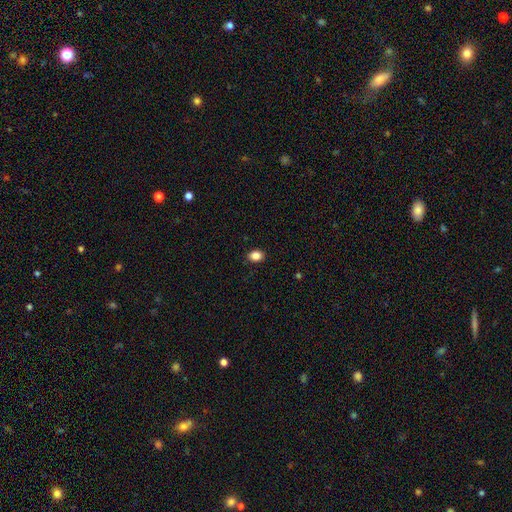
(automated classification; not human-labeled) Morphology: type=smooth (86%); roundness=in between (59%); merging=none (89%).